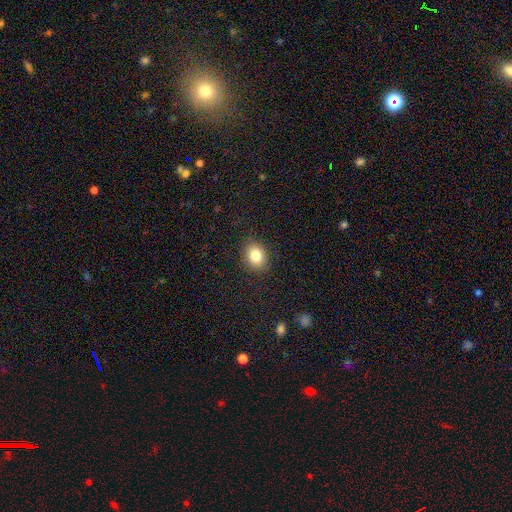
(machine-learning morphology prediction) smooth_or_featured: smooth (p=0.81) [alt: star or artifact p=0.11]
how_rounded: round (p=0.55) [alt: in between p=0.45]
merging: none (p=0.88) [alt: minor disturbance p=0.09]